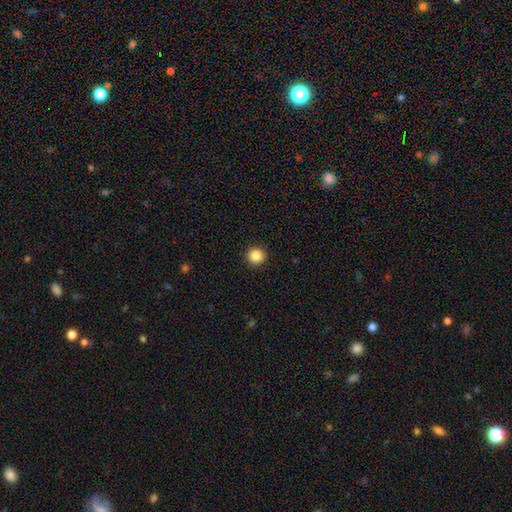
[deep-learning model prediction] Q: Smooth or featured?
A: smooth (87%); runner-up: star or artifact (10%)
Q: How rounded?
A: round (95%); runner-up: in between (4%)
Q: Merging?
A: none (93%); runner-up: minor disturbance (4%)